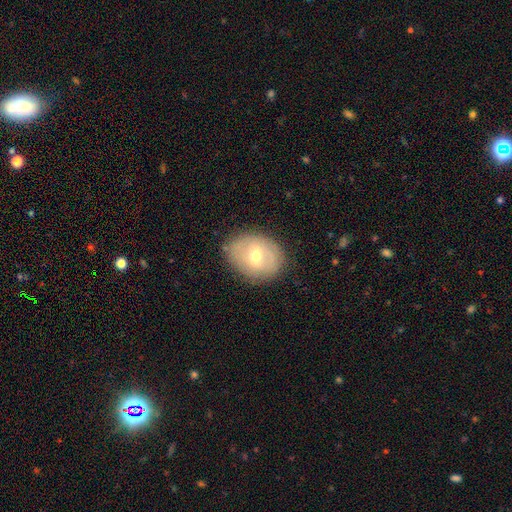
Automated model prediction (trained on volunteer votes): The model was most divided on "smooth or featured": featured or disk: 48%, smooth: 44%, star or artifact: 8%. More confident: merging — none (80%).